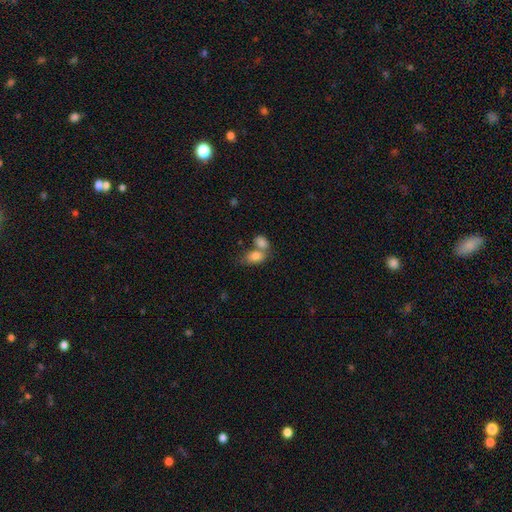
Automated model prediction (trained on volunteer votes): Smooth or featured?
  - smooth: 82% *
  - featured or disk: 10%
  - star or artifact: 8%
How rounded?
  - in between: 83% *
  - round: 15%
  - cigar-shaped: 2%
Merging?
  - merger: 55% *
  - none: 31%
  - minor disturbance: 10%
  - major disturbance: 4%